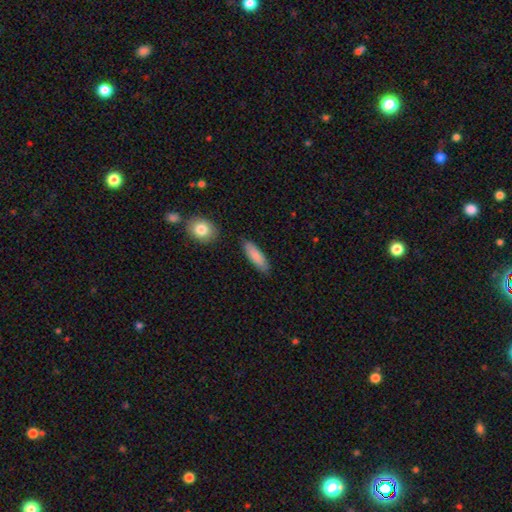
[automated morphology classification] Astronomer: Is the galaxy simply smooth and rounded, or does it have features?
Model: smooth — 85%.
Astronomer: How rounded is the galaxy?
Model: in between — 51% (runner-up: cigar-shaped, 47%).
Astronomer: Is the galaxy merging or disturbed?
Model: none — 83%.